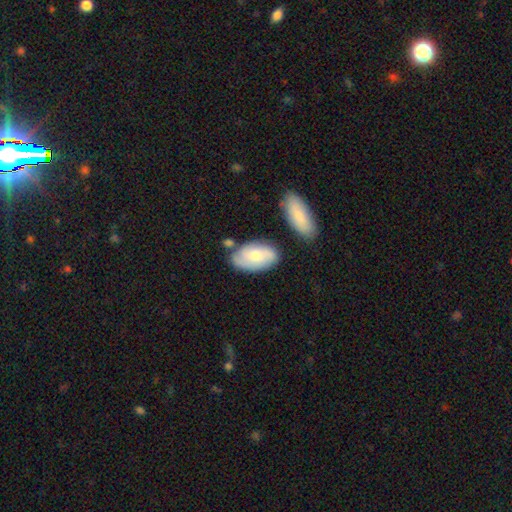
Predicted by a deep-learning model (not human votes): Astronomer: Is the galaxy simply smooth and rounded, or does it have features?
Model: smooth — 60%.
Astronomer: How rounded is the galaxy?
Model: in between — 93%.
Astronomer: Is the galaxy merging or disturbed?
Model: none — 65%.